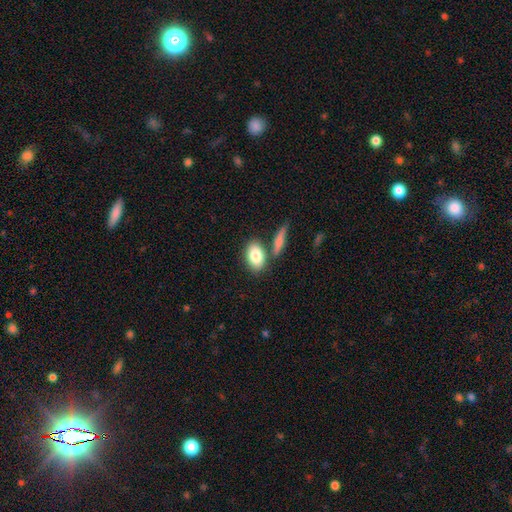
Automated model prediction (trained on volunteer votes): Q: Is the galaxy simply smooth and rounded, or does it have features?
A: smooth — 84%.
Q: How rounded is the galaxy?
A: in between — 87%.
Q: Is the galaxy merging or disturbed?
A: none — 66%.